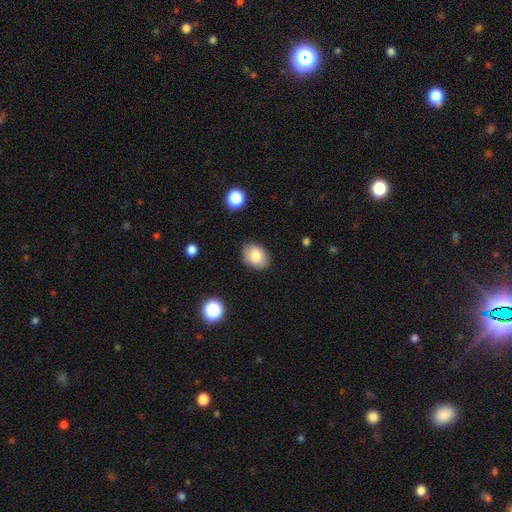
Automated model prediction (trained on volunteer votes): Smooth or featured? Predicted: smooth (p=0.83). How rounded? Predicted: in between (p=0.68). Merging? Predicted: none (p=0.85).